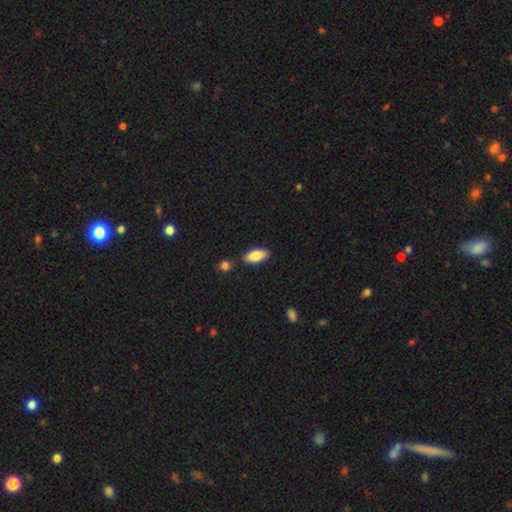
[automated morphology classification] Q: Smooth or featured?
A: smooth (87%); runner-up: featured or disk (8%)
Q: How rounded?
A: in between (83%); runner-up: cigar-shaped (15%)
Q: Merging?
A: none (82%); runner-up: minor disturbance (10%)